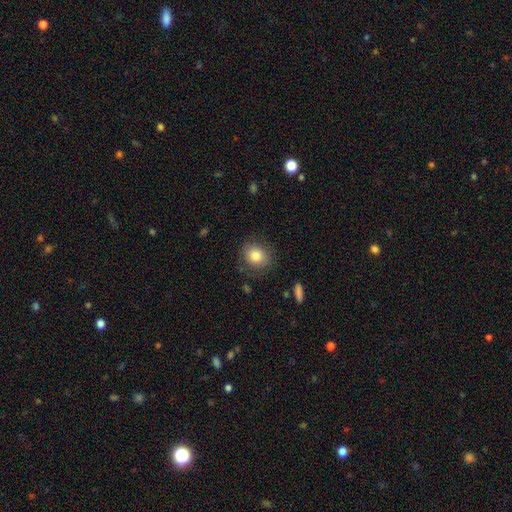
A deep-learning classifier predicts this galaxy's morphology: A smooth galaxy with no disk features (82%) that is round (70%).

Vote fractions:
- Smooth or featured? smooth: 82% / featured or disk: 9% / star or artifact: 9%
- How rounded? round: 70% / in between: 29% / cigar-shaped: 1%
- Merging? none: 83% / minor disturbance: 12% / major disturbance: 4% / merger: 1%